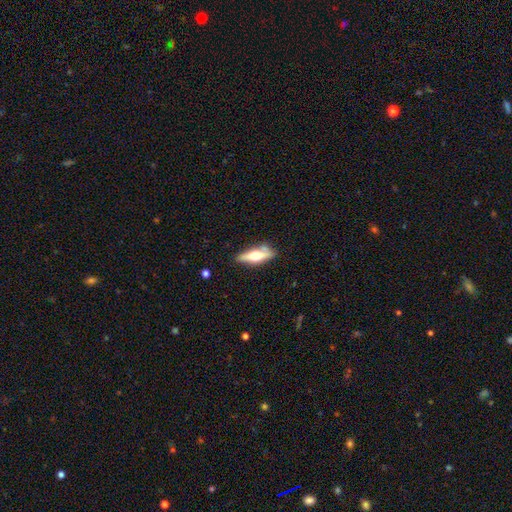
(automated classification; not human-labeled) Smooth or featured? Predicted: featured or disk (p=0.49). Merging? Predicted: none (p=0.71).